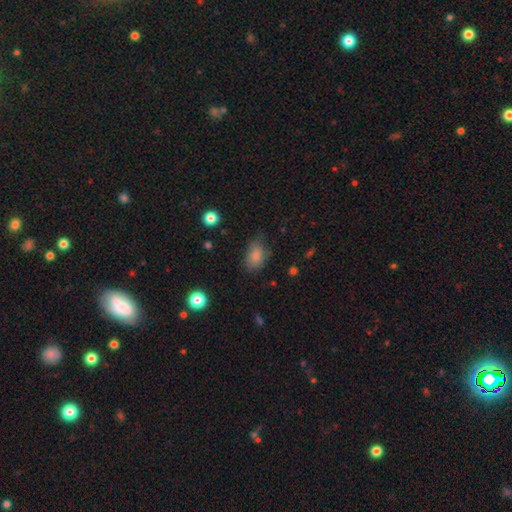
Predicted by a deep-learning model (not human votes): Smooth or featured? smooth (82%)
How rounded? in between (86%)
Merging? none (59%)